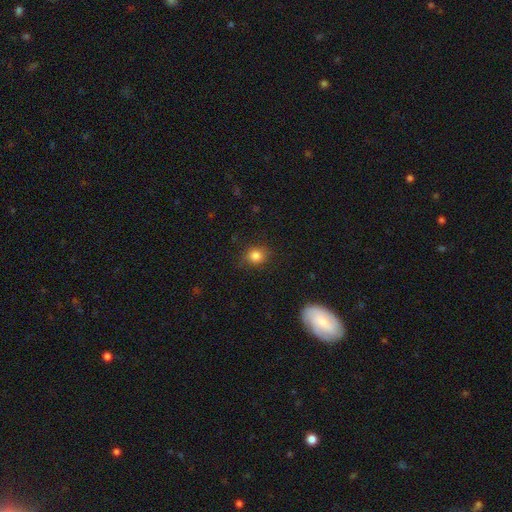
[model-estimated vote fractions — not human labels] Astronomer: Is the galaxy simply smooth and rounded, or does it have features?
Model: smooth — 83%.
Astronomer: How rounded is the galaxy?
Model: round — 75%.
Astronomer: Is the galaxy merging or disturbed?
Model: none — 82%.